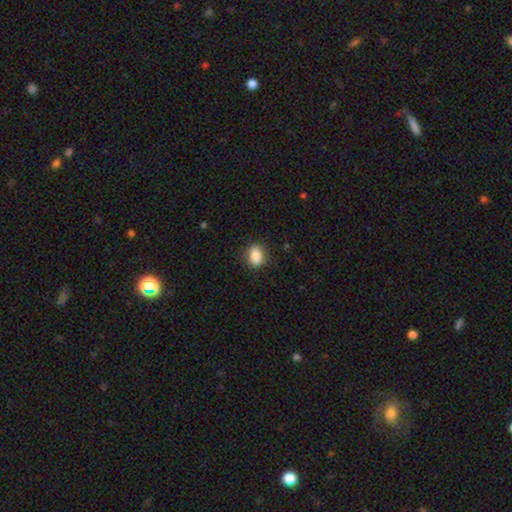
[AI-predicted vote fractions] Overall: smooth (85%). How rounded: in between (78%). Merging: none (83%).